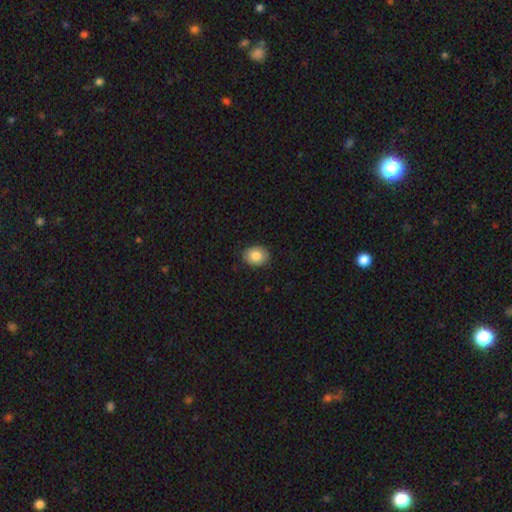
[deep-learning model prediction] smooth-or-featured: smooth: 84% | featured or disk: 8% | star or artifact: 8%
  how-rounded: in between: 54% | round: 45% | cigar-shaped: 1%
  merging: none: 88% | minor disturbance: 9% | major disturbance: 2% | merger: 1%